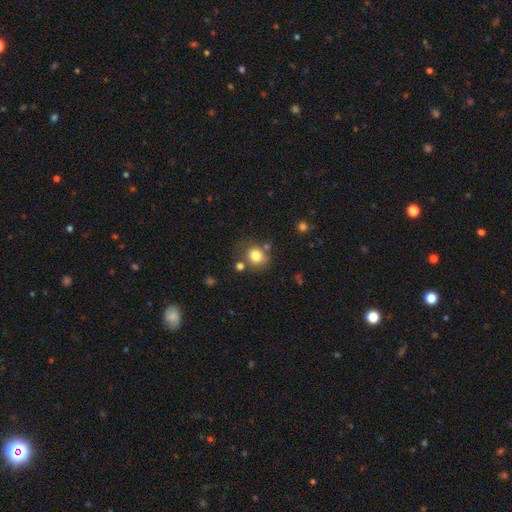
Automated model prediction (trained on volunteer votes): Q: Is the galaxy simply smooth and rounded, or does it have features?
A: smooth — 80%.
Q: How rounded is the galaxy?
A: round — 80%.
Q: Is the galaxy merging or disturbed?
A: none — 70%.